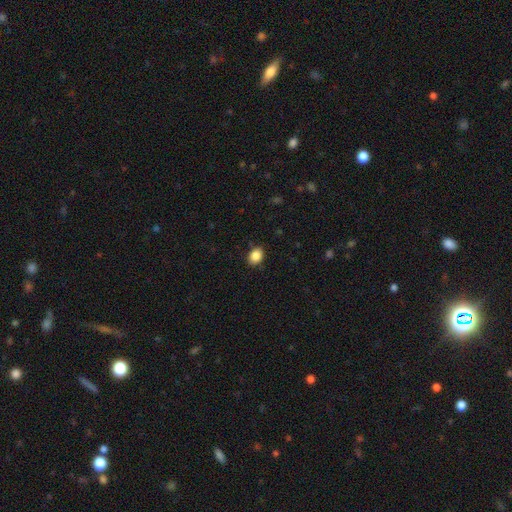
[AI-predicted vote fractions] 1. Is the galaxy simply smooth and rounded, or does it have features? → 88% smooth, 9% star or artifact, 4% featured or disk.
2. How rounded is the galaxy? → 64% in between, 35% round, 1% cigar-shaped.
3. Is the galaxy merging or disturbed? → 88% none, 9% minor disturbance, 2% major disturbance, 1% merger.